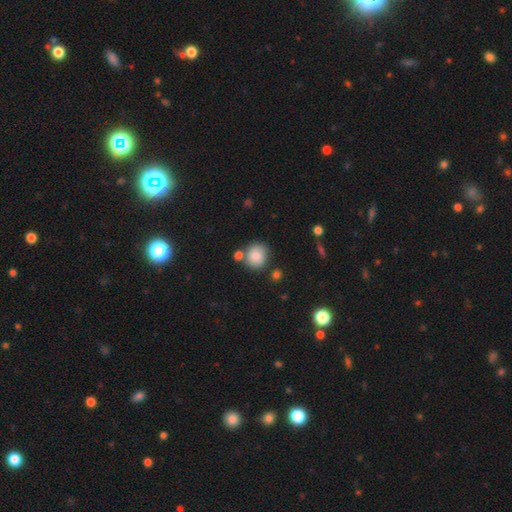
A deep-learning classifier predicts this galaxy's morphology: Smooth or featured: smooth — 79% (featured or disk — 12%)
How rounded: round — 84% (in between — 15%)
Merging: none — 70% (merger — 14%)